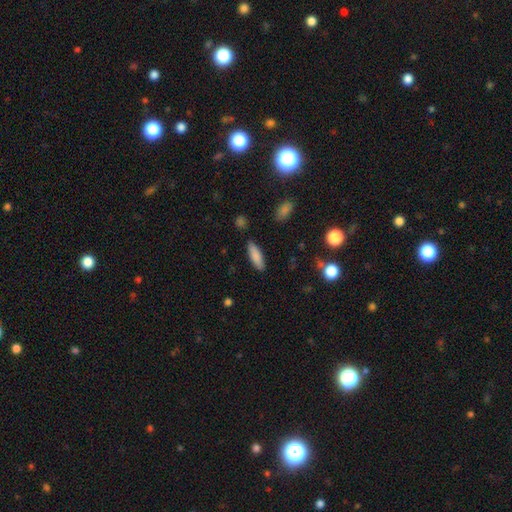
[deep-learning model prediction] Smooth or featured?
  - smooth: 85% *
  - featured or disk: 8%
  - star or artifact: 7%
How rounded?
  - in between: 51% *
  - cigar-shaped: 47%
  - round: 2%
Merging?
  - none: 86% *
  - minor disturbance: 10%
  - major disturbance: 2%
  - merger: 2%